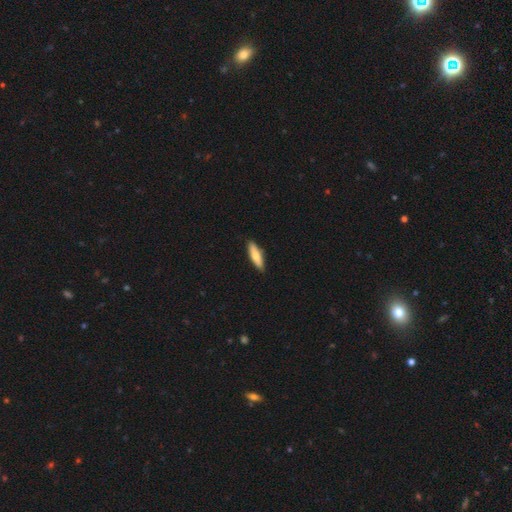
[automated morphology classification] smooth 68%, featured or disk 27%, star or artifact 5%. Down the decision tree: how rounded — cigar-shaped (62%); merging — none (88%).